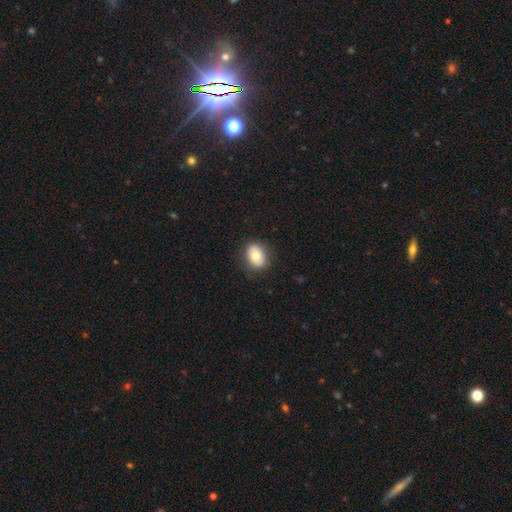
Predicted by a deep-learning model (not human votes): A smooth galaxy with no disk features (69%) that is in between round and cigar-shaped (66%).

Vote fractions:
- Smooth or featured? smooth: 69% / featured or disk: 23% / star or artifact: 8%
- How rounded? in between: 66% / round: 32% / cigar-shaped: 1%
- Merging? none: 83% / minor disturbance: 12% / major disturbance: 3% / merger: 1%